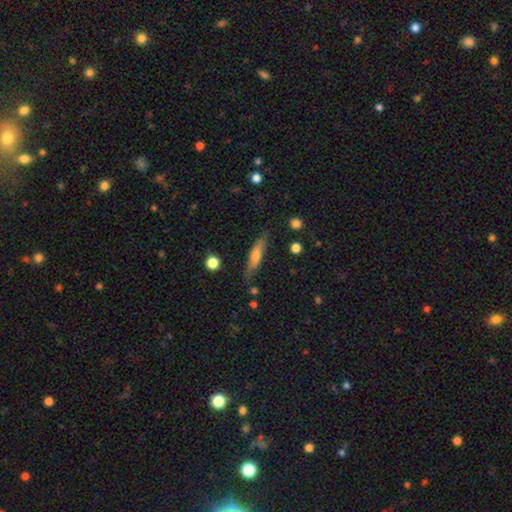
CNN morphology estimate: smooth 59%, featured or disk 34%, star or artifact 7%. Down the decision tree: how rounded — cigar-shaped (74%); merging — none (77%).